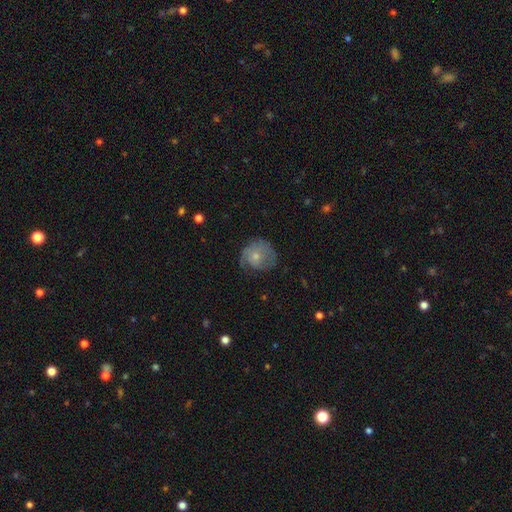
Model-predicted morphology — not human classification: smooth-or-featured: featured or disk: 53% | smooth: 40% | star or artifact: 7%
  disk-edge-on: no: 97% | yes: 3%
    bar: no: 82% | weak: 16% | strong: 2%
    has-spiral-arms: yes: 79% | no: 21%
    bulge-size: small: 57% | moderate: 37% | none: 3% | large: 2% | dominant: 1%
  merging: none: 56% | minor disturbance: 25% | major disturbance: 17% | merger: 1%